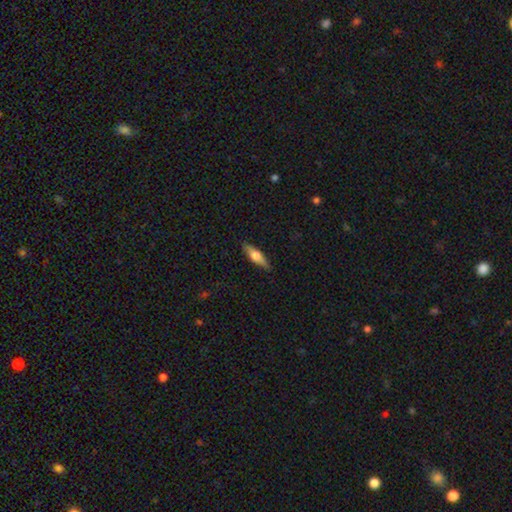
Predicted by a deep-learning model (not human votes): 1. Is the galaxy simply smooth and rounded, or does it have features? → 59% smooth, 35% featured or disk, 6% star or artifact.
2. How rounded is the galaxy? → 56% cigar-shaped, 42% in between, 3% round.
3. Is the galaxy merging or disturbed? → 87% none, 10% minor disturbance, 2% major disturbance, 1% merger.